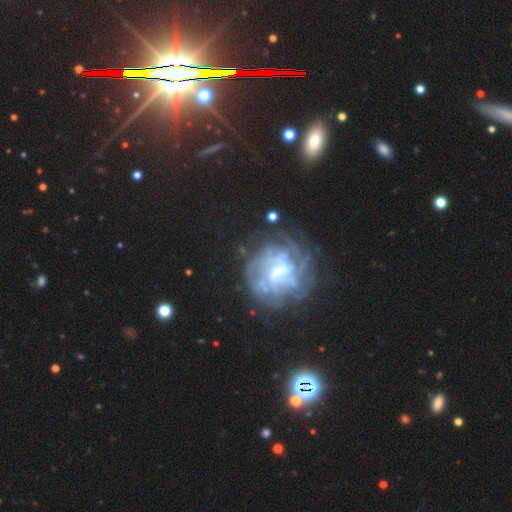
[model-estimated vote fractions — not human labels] smooth_or_featured: featured or disk (p=0.58) [alt: star or artifact p=0.27]
disk_edge_on: no (p=0.92) [alt: yes p=0.08]
bar: weak (p=0.41) [alt: no p=0.36]
has_spiral_arms: yes (p=0.69) [alt: no p=0.31]
bulge_size: small (p=0.41) [alt: moderate p=0.40]
merging: none (p=0.70) [alt: minor disturbance p=0.16]